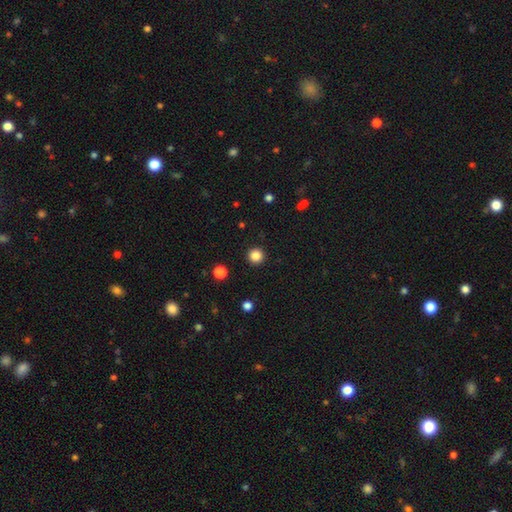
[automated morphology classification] Smooth or featured? Predicted: smooth (p=0.85). How rounded? Predicted: round (p=0.96). Merging? Predicted: none (p=0.93).